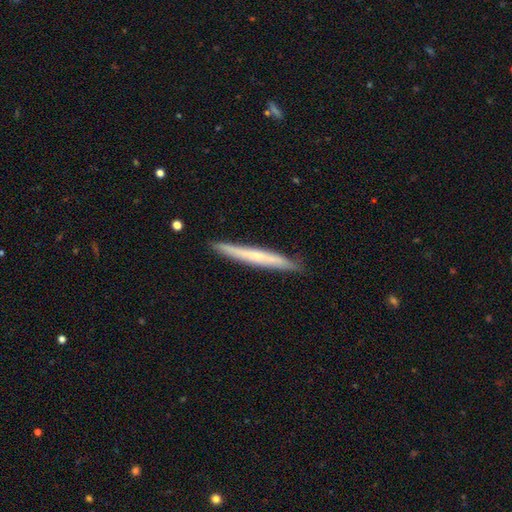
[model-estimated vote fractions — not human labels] The model was most divided on "smooth or featured": smooth: 51%, featured or disk: 44%, star or artifact: 6%. More confident: how rounded — cigar-shaped (97%); merging — none (89%).